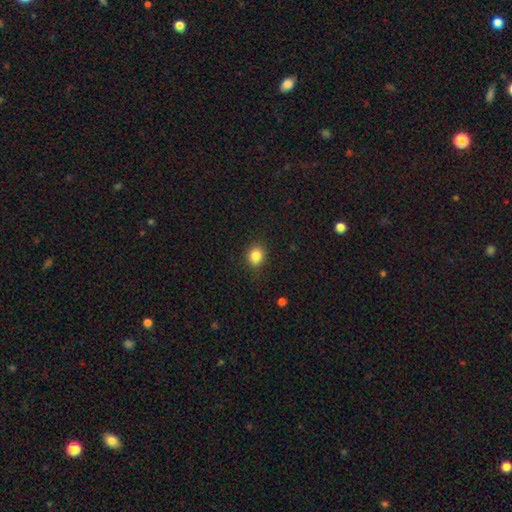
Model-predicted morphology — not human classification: This is clearly a smooth galaxy (84%). How rounded: likely round (71%). Merging: clearly none (84%).